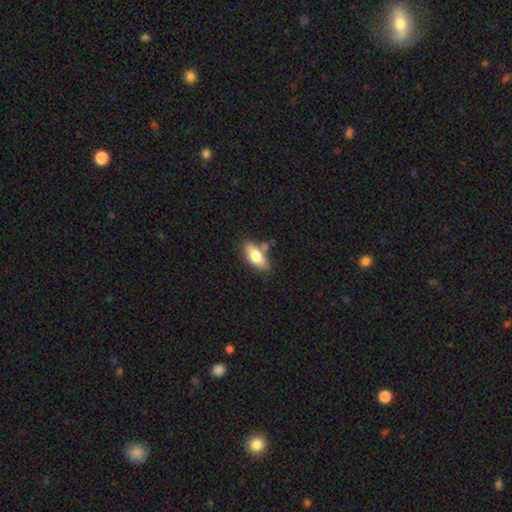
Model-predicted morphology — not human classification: The model was most divided on "merging": none: 69%, minor disturbance: 17%, merger: 10%, major disturbance: 4%. More confident: how rounded — in between (82%); smooth or featured — smooth (76%).